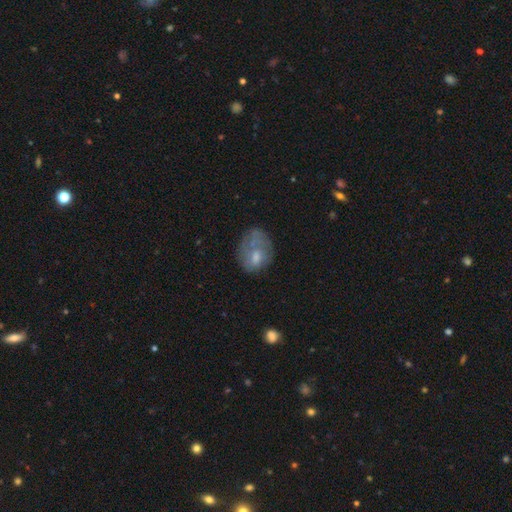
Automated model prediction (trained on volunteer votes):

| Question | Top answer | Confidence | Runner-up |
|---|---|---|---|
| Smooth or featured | smooth | 56% | featured or disk (35%) |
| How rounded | in between | 69% | round (30%) |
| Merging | none | 38% | major disturbance (29%) |